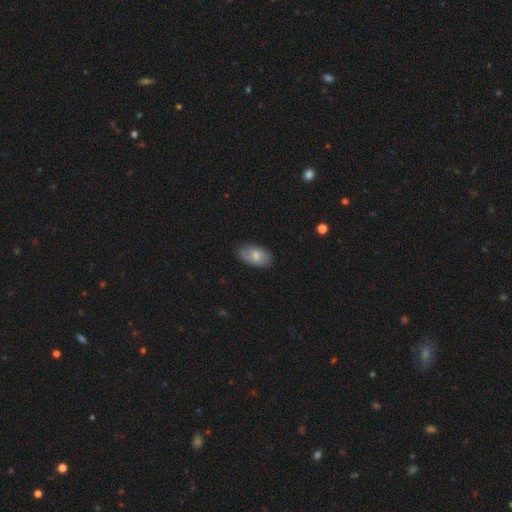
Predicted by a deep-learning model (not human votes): smooth_or_featured: smooth (p=0.73) [alt: featured or disk p=0.20]
how_rounded: in between (p=0.93) [alt: round p=0.05]
merging: none (p=0.77) [alt: minor disturbance p=0.19]